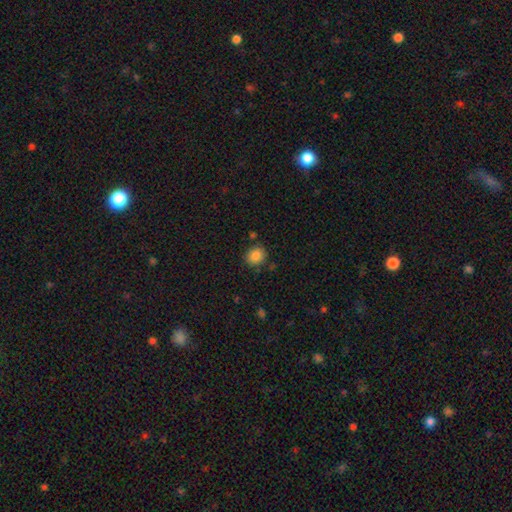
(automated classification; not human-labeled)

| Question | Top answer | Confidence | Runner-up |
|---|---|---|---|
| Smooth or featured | smooth | 85% | star or artifact (10%) |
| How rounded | round | 70% | in between (29%) |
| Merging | none | 84% | minor disturbance (10%) |